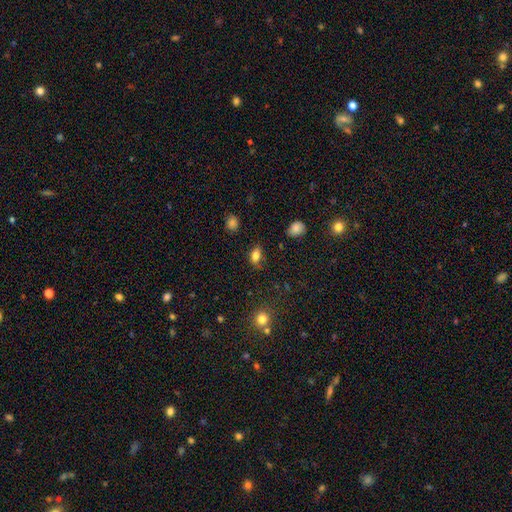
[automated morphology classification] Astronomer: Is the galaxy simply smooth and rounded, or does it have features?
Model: smooth — 81%.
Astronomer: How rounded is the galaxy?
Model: in between — 83%.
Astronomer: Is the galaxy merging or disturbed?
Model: none — 69%.